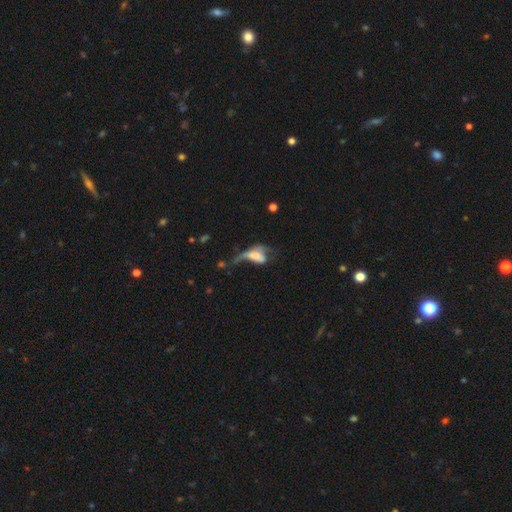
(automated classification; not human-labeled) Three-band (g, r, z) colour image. It shows a smooth galaxy with no disk features (46%). Merging: major disturbance (55%).